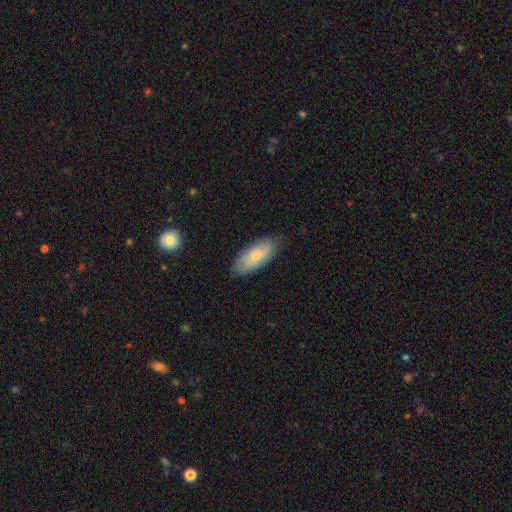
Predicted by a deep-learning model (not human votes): Overall: smooth (69%). How rounded: in between (87%). Merging: none (79%).